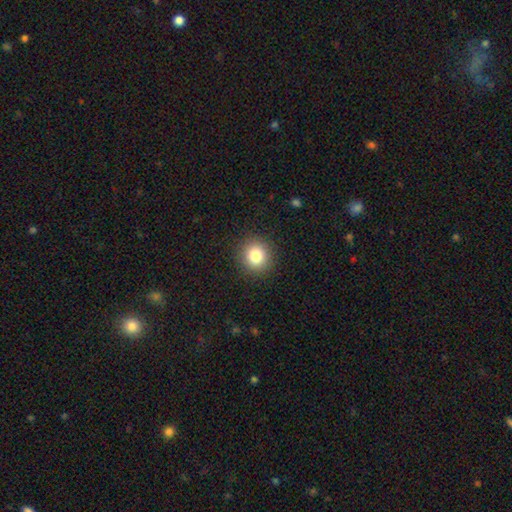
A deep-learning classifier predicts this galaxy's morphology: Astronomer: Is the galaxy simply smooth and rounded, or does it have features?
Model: smooth — 83%.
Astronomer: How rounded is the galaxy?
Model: round — 90%.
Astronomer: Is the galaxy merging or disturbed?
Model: none — 91%.